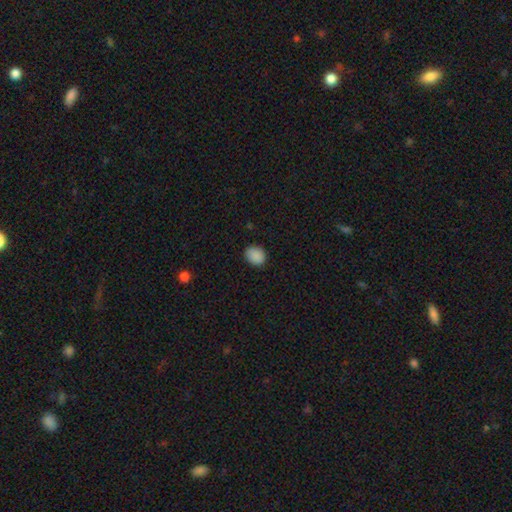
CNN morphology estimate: smooth_or_featured: smooth (p=0.89) [alt: star or artifact p=0.09]
how_rounded: round (p=0.55) [alt: in between p=0.44]
merging: none (p=0.87) [alt: minor disturbance p=0.10]